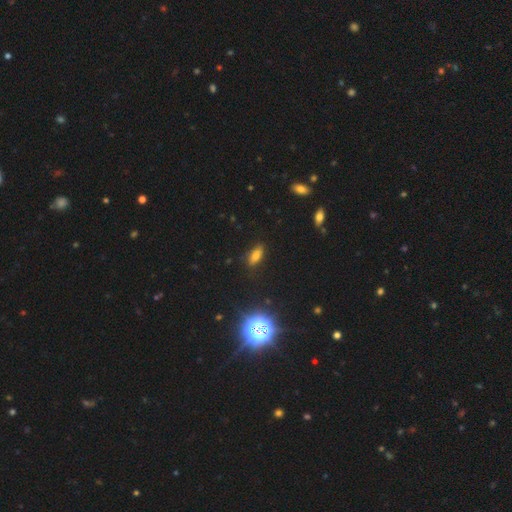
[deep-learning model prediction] Smooth or featured? Predicted: smooth (p=0.73). How rounded? Predicted: in between (p=0.79). Merging? Predicted: none (p=0.82).